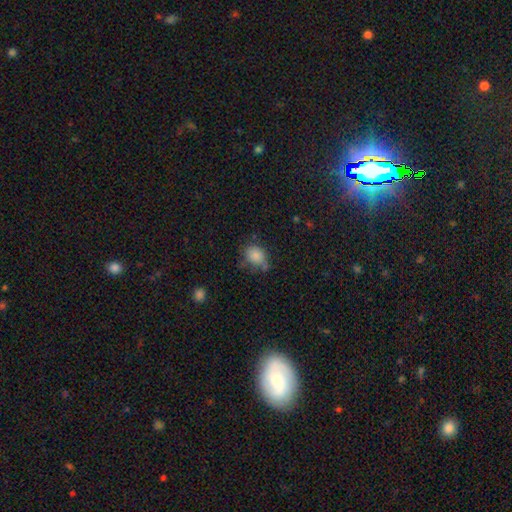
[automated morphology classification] Smooth or featured: smooth — 84% (star or artifact — 10%)
How rounded: round — 55% (in between — 44%)
Merging: none — 59% (minor disturbance — 25%)